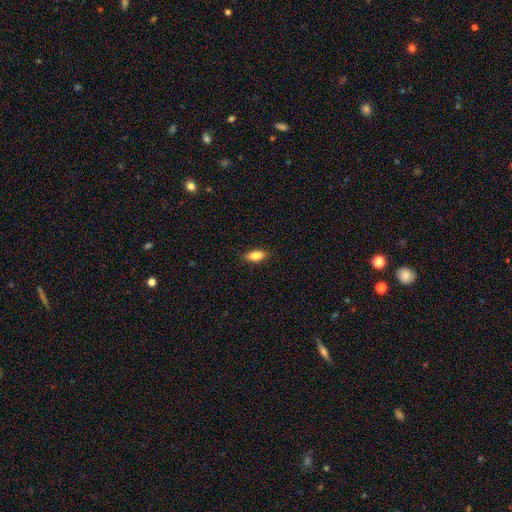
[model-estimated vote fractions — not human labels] smooth 83%, featured or disk 10%, star or artifact 7%. Down the decision tree: how rounded — in between (80%); merging — none (88%).